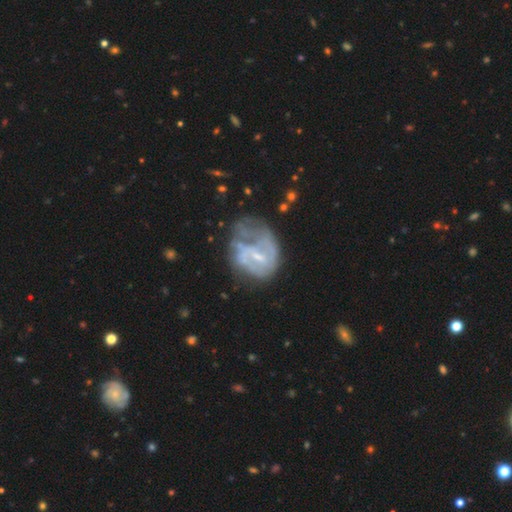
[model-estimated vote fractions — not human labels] A featured or disk galaxy (68%) with a weak bar (45%), spiral arms (52%) and a small central bulge (50%).

Vote fractions:
- Smooth or featured? featured or disk: 68% / smooth: 23% / star or artifact: 9%
- Edge-on disk? no: 98% / yes: 2%
- Bar? weak: 45% / no: 44% / strong: 11%
- Spiral arms? yes: 52% / no: 48%
- Bulge size? small: 50% / moderate: 26% / none: 21% / large: 2% / dominant: 1%
- Merging? major disturbance: 39% / none: 27% / minor disturbance: 25% / merger: 9%